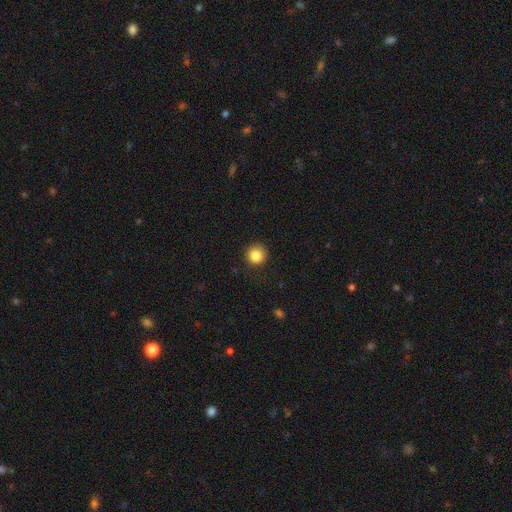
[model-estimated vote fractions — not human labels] Q: Smooth or featured?
A: smooth (85%); runner-up: star or artifact (10%)
Q: How rounded?
A: round (94%); runner-up: in between (5%)
Q: Merging?
A: none (87%); runner-up: minor disturbance (9%)